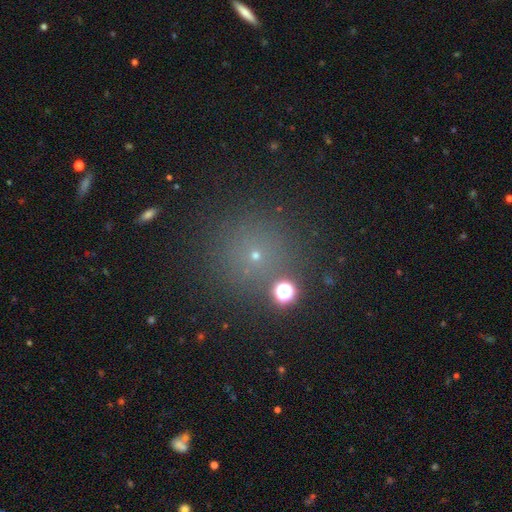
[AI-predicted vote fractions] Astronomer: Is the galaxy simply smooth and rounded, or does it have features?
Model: smooth — 54% (runner-up: star or artifact, 38%).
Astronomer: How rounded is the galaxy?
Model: round — 95%.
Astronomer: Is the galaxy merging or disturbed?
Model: none — 85%.